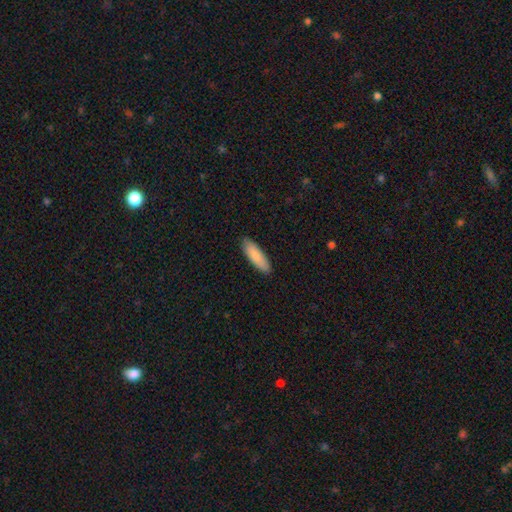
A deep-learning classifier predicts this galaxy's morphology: Smooth or featured?
  - smooth: 87% *
  - featured or disk: 7%
  - star or artifact: 5%
How rounded?
  - in between: 49% * (tied)
  - cigar-shaped: 49% * (tied)
  - round: 1%
Merging?
  - none: 89% *
  - minor disturbance: 8%
  - major disturbance: 2%
  - merger: 1%